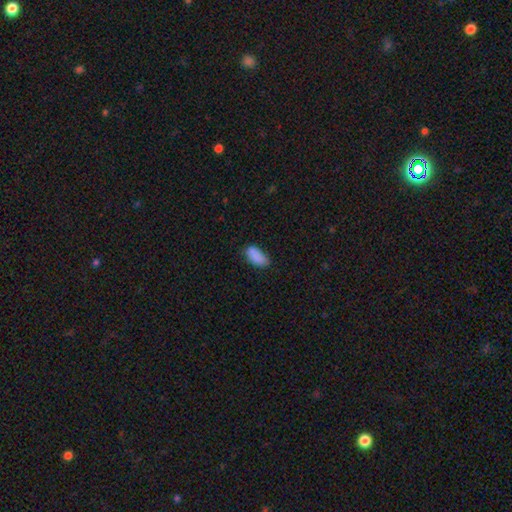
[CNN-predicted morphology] smooth_or_featured: smooth (p=0.88) [alt: star or artifact p=0.08]
how_rounded: in between (p=0.92) [alt: cigar-shaped p=0.06]
merging: none (p=0.71) [alt: minor disturbance p=0.23]